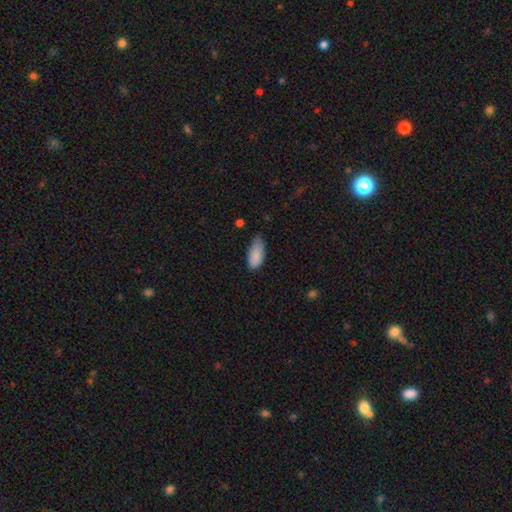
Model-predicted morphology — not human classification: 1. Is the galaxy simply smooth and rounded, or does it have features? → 87% smooth, 7% star or artifact, 6% featured or disk.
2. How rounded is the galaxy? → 90% in between, 8% cigar-shaped, 2% round.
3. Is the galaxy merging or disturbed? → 49% none, 42% minor disturbance, 7% major disturbance, 2% merger.